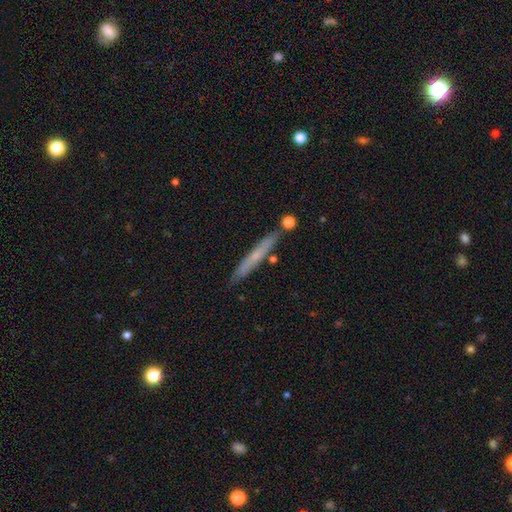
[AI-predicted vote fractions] The model was most divided on "smooth or featured": smooth: 49%, featured or disk: 44%, star or artifact: 7%. More confident: merging — none (84%).